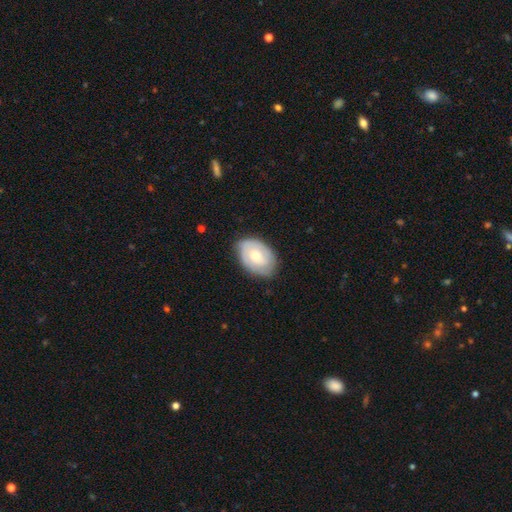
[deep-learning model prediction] Overall: featured or disk (50%; smooth 45%). Merging: none (73%).